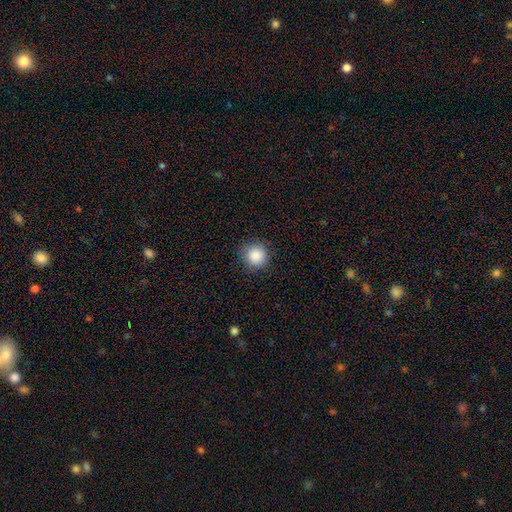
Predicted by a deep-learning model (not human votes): Smooth or featured? Predicted: smooth (p=0.87). How rounded? Predicted: round (p=0.93). Merging? Predicted: none (p=0.88).